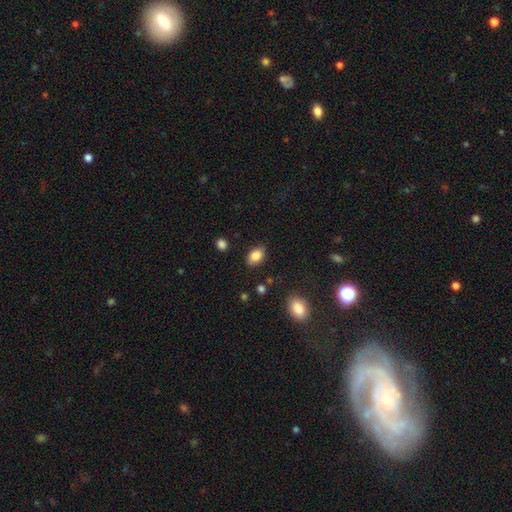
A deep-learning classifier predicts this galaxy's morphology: Q: Smooth or featured?
A: smooth (84%); runner-up: star or artifact (9%)
Q: How rounded?
A: in between (84%); runner-up: round (14%)
Q: Merging?
A: none (81%); runner-up: minor disturbance (14%)